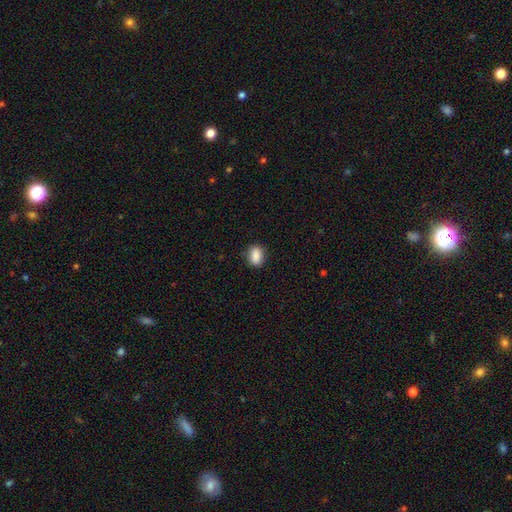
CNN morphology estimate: This is clearly a smooth galaxy (88%). How rounded: clearly in between (80%). Merging: clearly none (84%).